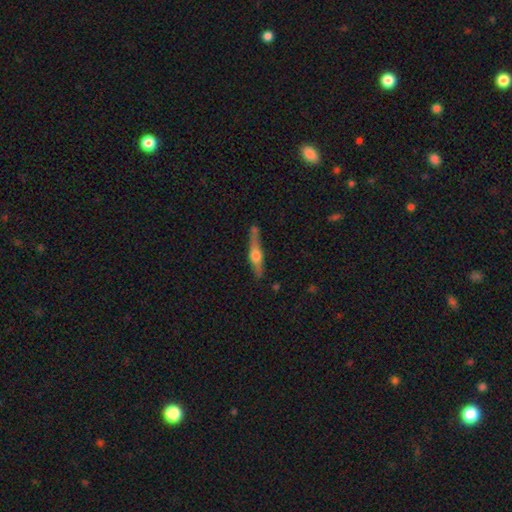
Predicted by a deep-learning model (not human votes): This is likely a featured or disk galaxy (63%). It is clearly viewed edge-on (95%). Edge-on bulge: clearly rounded (93%). Merging: likely none (73%).